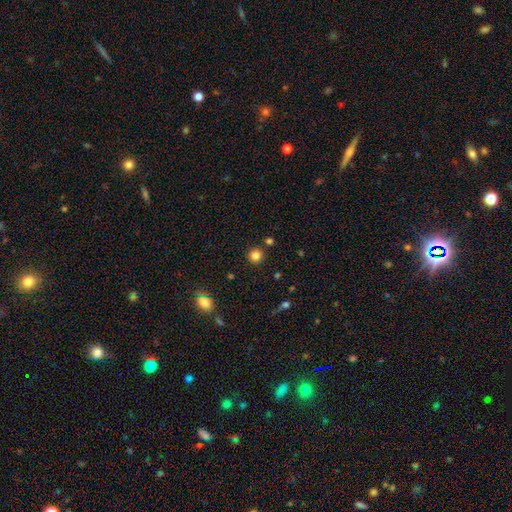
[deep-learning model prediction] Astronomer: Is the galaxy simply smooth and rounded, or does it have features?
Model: smooth — 82%.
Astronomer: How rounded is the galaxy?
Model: round — 94%.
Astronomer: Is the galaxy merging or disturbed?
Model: none — 87%.